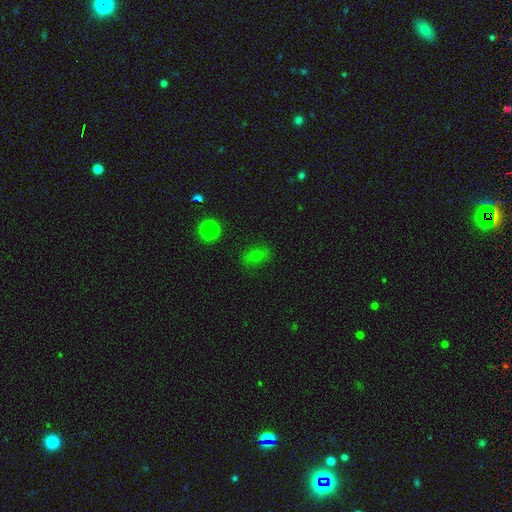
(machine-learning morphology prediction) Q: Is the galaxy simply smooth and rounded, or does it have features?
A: smooth — 68%.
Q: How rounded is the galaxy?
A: in between — 56%.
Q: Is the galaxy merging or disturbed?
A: none — 81%.